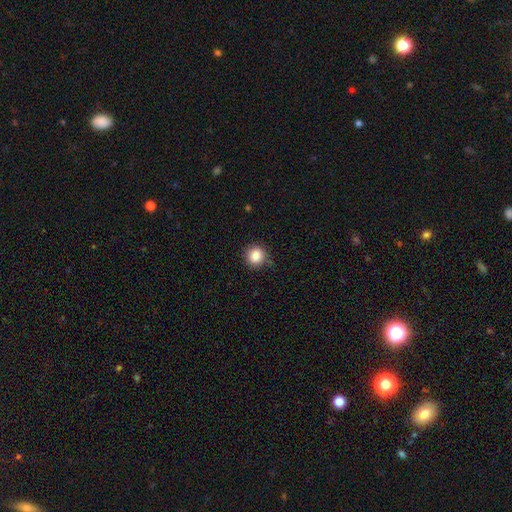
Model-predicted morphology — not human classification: A smooth galaxy with no disk features (84%) that is round (91%).

Vote fractions:
- Smooth or featured? smooth: 84% / star or artifact: 10% / featured or disk: 5%
- How rounded? round: 91% / in between: 8% / cigar-shaped: 1%
- Merging? none: 83% / minor disturbance: 13% / major disturbance: 3% / merger: 1%